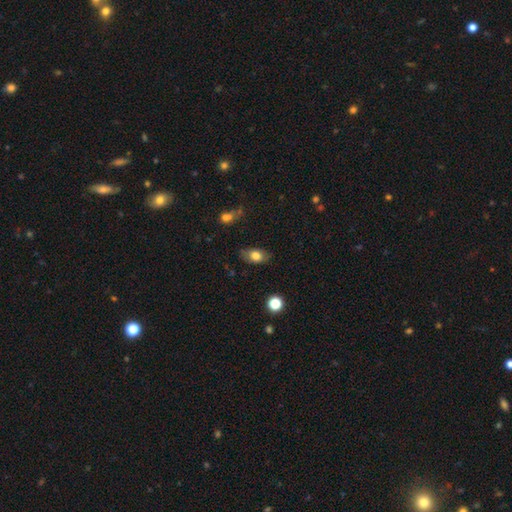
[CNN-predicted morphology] smooth-or-featured: smooth: 76% | featured or disk: 15% | star or artifact: 8%
  how-rounded: in between: 85% | round: 12% | cigar-shaped: 2%
  merging: none: 75% | minor disturbance: 18% | major disturbance: 4% | merger: 2%